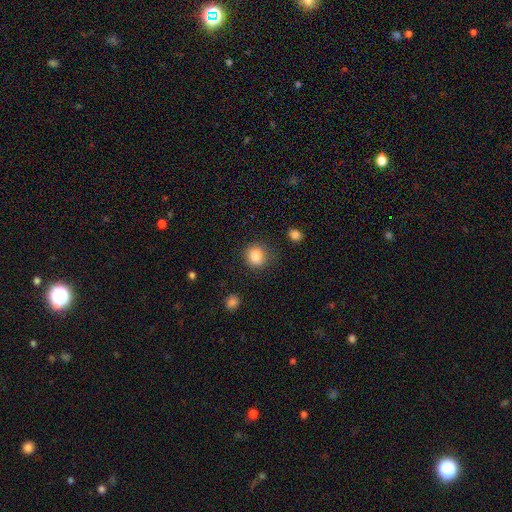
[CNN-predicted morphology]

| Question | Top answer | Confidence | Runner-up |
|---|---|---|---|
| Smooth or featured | smooth | 86% | star or artifact (10%) |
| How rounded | round | 84% | in between (15%) |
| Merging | none | 81% | minor disturbance (13%) |